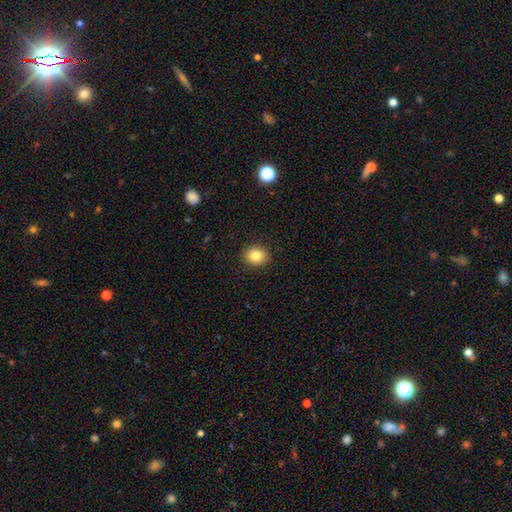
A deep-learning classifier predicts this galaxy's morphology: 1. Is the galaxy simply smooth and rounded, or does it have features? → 83% smooth, 10% star or artifact, 7% featured or disk.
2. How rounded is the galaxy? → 62% round, 37% in between, 1% cigar-shaped.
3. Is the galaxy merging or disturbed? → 90% none, 7% minor disturbance, 2% major disturbance, 1% merger.